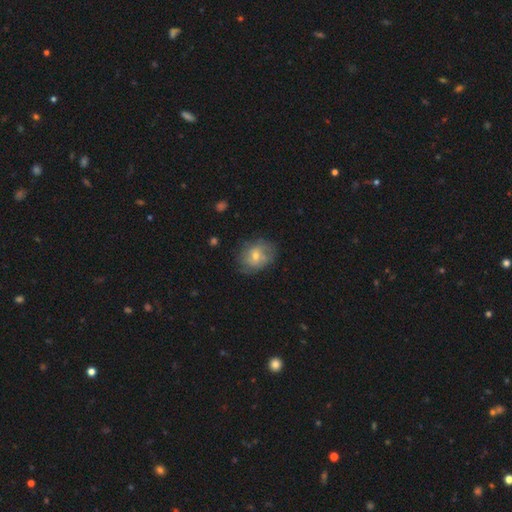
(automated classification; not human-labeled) smooth-or-featured: smooth: 53% | featured or disk: 37% | star or artifact: 11%
  how-rounded: round: 53% | in between: 46% | cigar-shaped: 1%
  merging: none: 71% | minor disturbance: 21% | major disturbance: 7% | merger: 2%